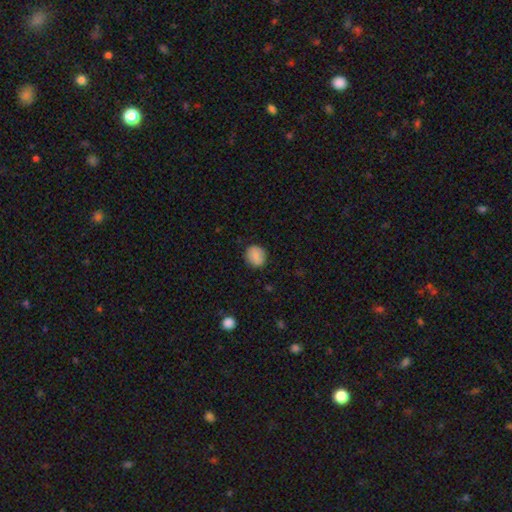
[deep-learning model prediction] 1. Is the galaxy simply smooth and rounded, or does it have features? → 82% smooth, 10% featured or disk, 8% star or artifact.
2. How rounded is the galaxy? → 79% round, 20% in between, 1% cigar-shaped.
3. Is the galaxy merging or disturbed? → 85% none, 11% minor disturbance, 3% major disturbance, 1% merger.